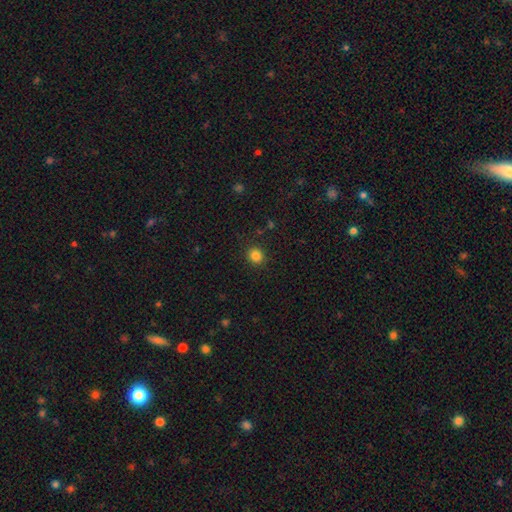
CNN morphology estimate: A smooth galaxy with no disk features (83%) that is round (87%). Merging: none (90%).